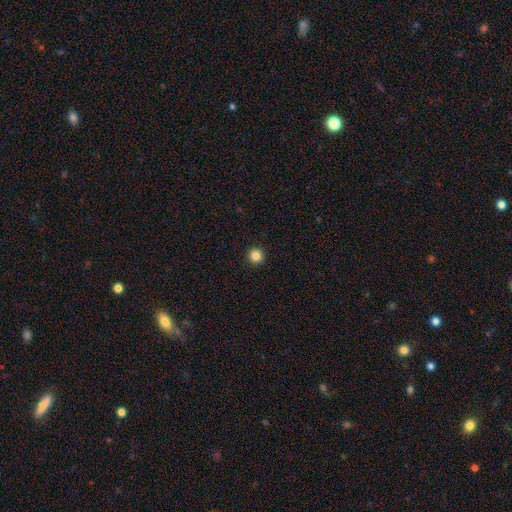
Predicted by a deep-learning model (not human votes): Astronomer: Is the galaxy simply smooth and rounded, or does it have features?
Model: smooth — 85%.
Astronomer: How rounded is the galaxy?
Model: round — 96%.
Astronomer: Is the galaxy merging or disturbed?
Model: none — 94%.